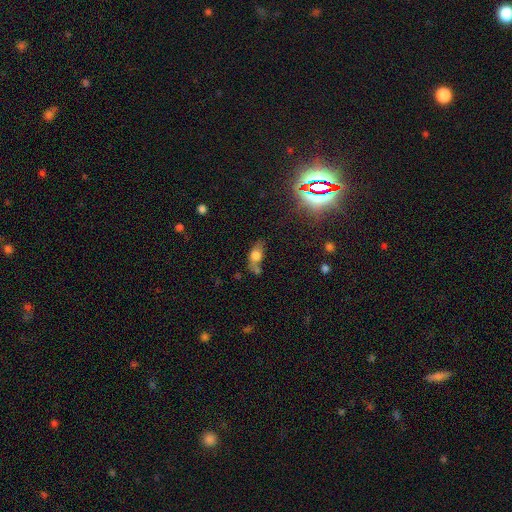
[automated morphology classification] Smooth or featured? smooth (67%)
How rounded? in between (74%)
Merging? none (40%)